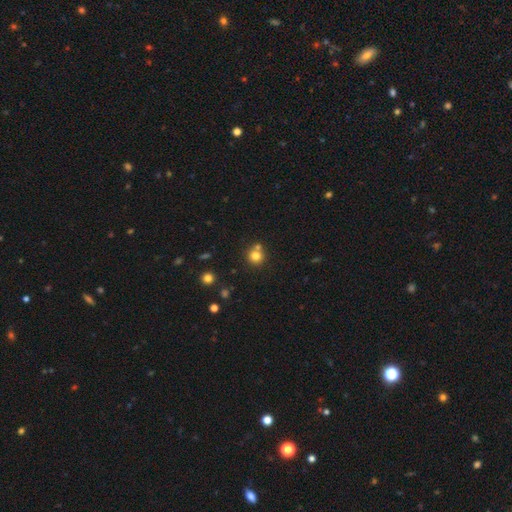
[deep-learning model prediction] The model was most divided on "merging": none: 62%, merger: 27%, minor disturbance: 8%, major disturbance: 3%. More confident: how rounded — round (90%); smooth or featured — smooth (78%).